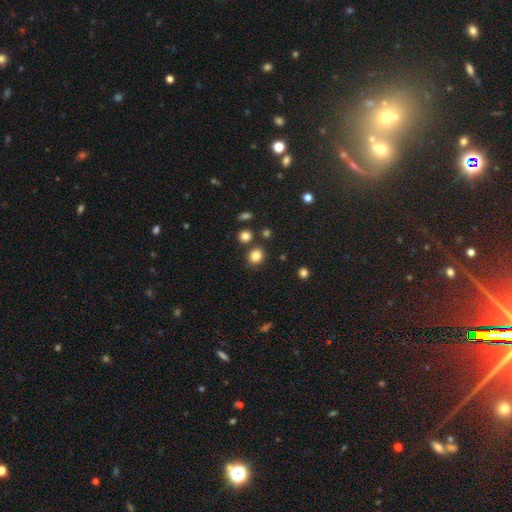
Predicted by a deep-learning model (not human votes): A smooth galaxy with no disk features (84%) that is round (77%).

Vote fractions:
- Smooth or featured? smooth: 84% / star or artifact: 12% / featured or disk: 5%
- How rounded? round: 77% / in between: 22% / cigar-shaped: 1%
- Merging? none: 80% / minor disturbance: 9% / merger: 7% / major disturbance: 3%